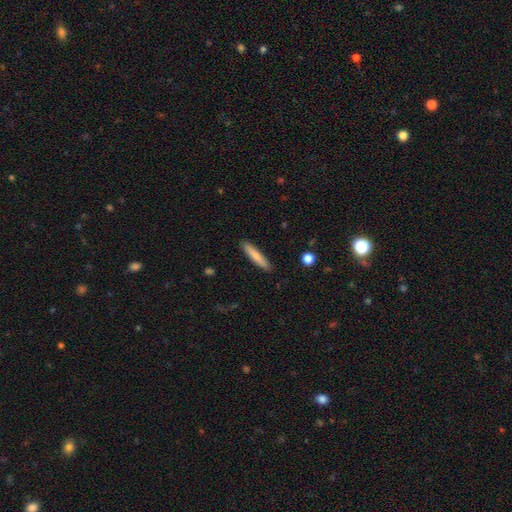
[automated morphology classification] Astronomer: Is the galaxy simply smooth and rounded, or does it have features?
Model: smooth — 77%.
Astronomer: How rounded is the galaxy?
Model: cigar-shaped — 90%.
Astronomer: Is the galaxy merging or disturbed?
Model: none — 90%.